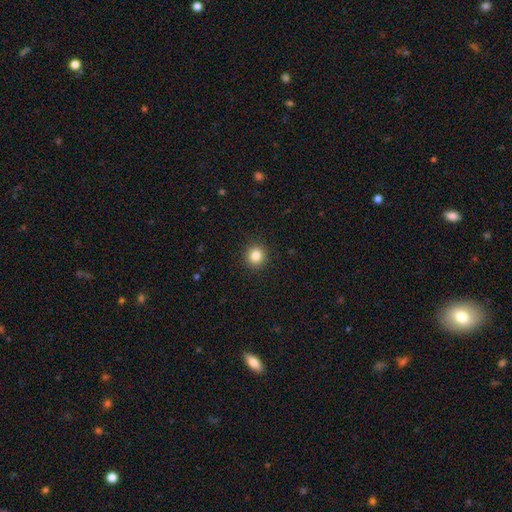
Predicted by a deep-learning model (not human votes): smooth_or_featured: smooth (p=0.84) [alt: star or artifact p=0.11]
how_rounded: round (p=0.91) [alt: in between p=0.08]
merging: none (p=0.92) [alt: minor disturbance p=0.05]